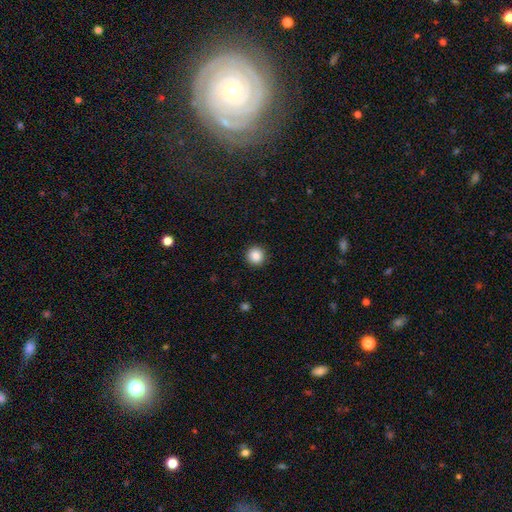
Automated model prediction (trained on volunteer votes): The model was most divided on "smooth or featured": smooth: 87%, star or artifact: 10%, featured or disk: 4%. More confident: how rounded — round (95%); merging — none (93%).